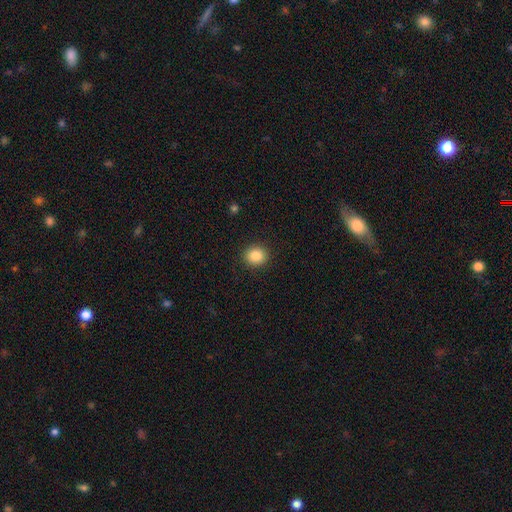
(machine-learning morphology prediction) A smooth galaxy with no disk features (86%) that is round (83%). Merging: none (91%).